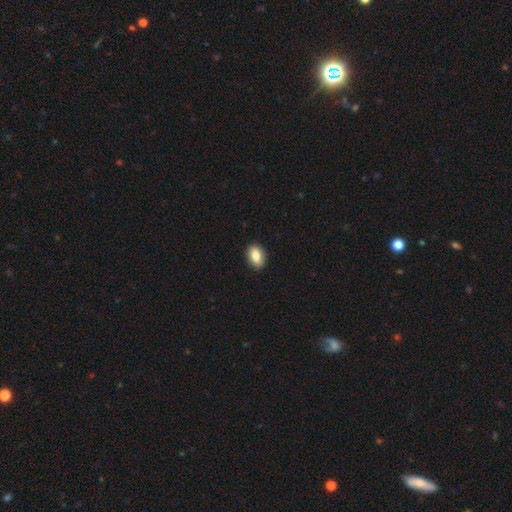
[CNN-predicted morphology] A smooth galaxy with no disk features (83%) that is in between round and cigar-shaped (87%). Merging: none (89%).